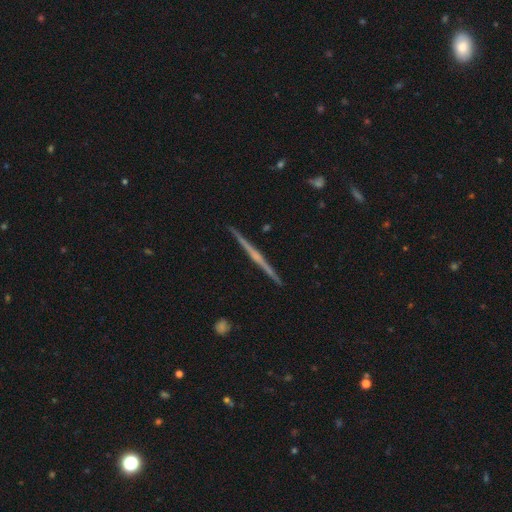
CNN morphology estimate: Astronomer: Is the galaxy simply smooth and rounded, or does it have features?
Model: featured or disk — 78%.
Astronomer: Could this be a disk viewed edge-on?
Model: yes — 99%.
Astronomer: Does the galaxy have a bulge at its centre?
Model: rounded — 46% (runner-up: none, 44%).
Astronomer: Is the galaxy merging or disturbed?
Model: none — 93%.